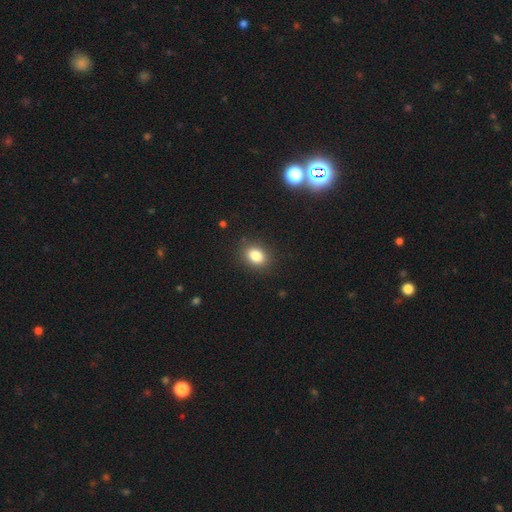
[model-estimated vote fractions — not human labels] This appears to be a smooth galaxy with no disk features (83%) that is in between round and cigar-shaped (64%). Merging: none (86%).